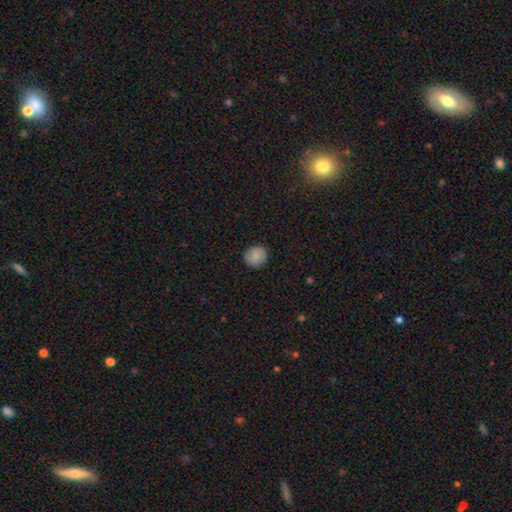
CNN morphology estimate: Smooth or featured? smooth (84%)
How rounded? round (85%)
Merging? none (88%)